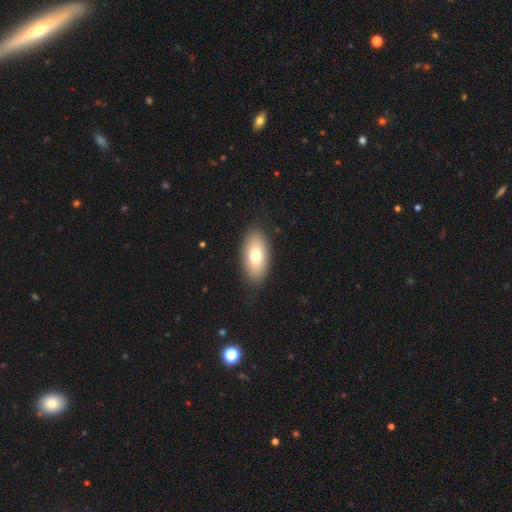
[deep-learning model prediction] Morphology: type=smooth (73%); roundness=in between (92%); merging=none (86%).